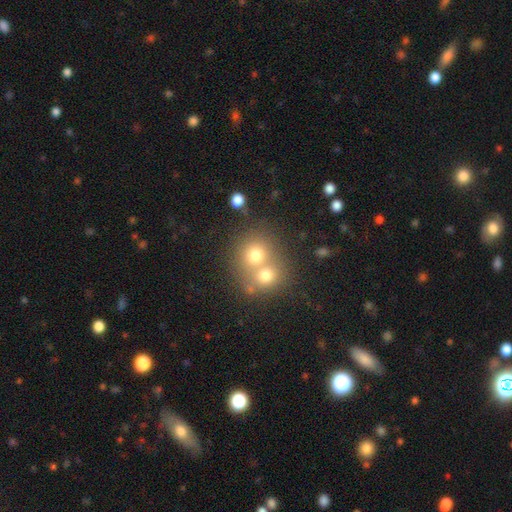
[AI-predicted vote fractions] A smooth galaxy with no disk features (70%) that is round (80%).

Vote fractions:
- Smooth or featured? smooth: 70% / featured or disk: 17% / star or artifact: 13%
- How rounded? round: 80% / in between: 19% / cigar-shaped: 1%
- Merging? merger: 57% / none: 34% / minor disturbance: 6% / major disturbance: 3%